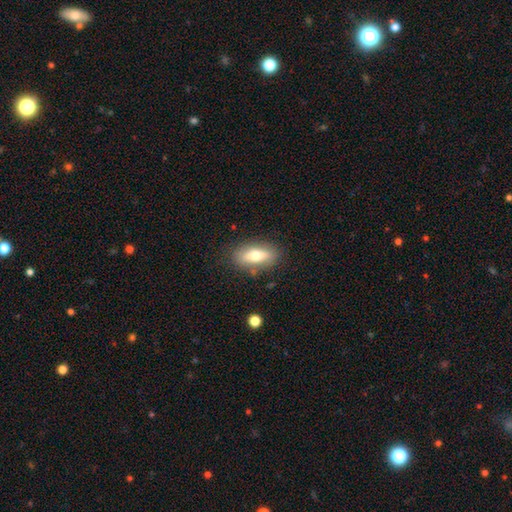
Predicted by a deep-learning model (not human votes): smooth_or_featured: smooth (p=0.67) [alt: featured or disk p=0.25]
how_rounded: in between (p=0.78) [alt: cigar-shaped p=0.18]
merging: none (p=0.81) [alt: minor disturbance p=0.13]